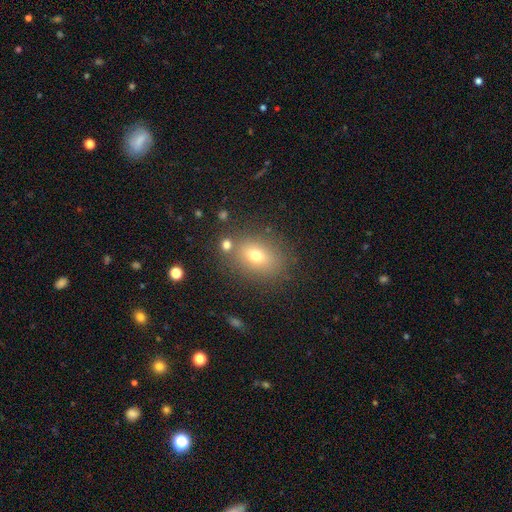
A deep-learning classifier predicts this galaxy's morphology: Overall: smooth (70%). How rounded: in between (67%; round 31%). Merging: none (77%).